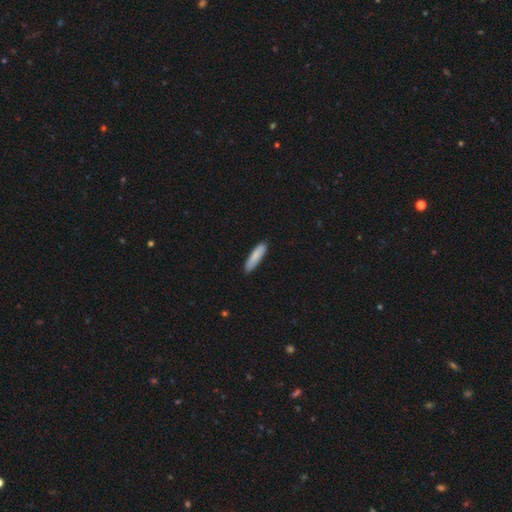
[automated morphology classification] type=smooth (86%); roundness=cigar-shaped (76%); merging=none (86%).